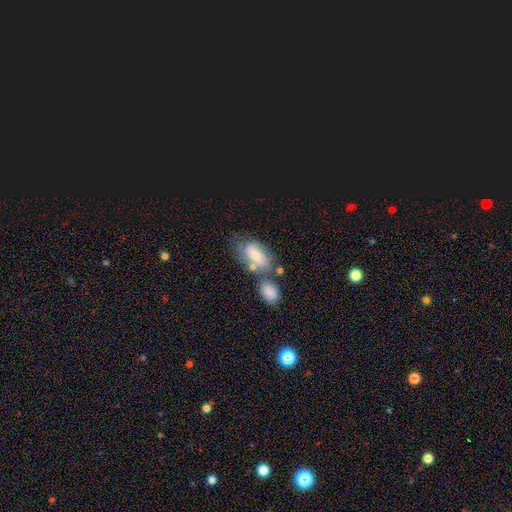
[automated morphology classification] Smooth or featured? Predicted: smooth (p=0.68). How rounded? Predicted: in between (p=0.89). Merging? Predicted: none (p=0.40).